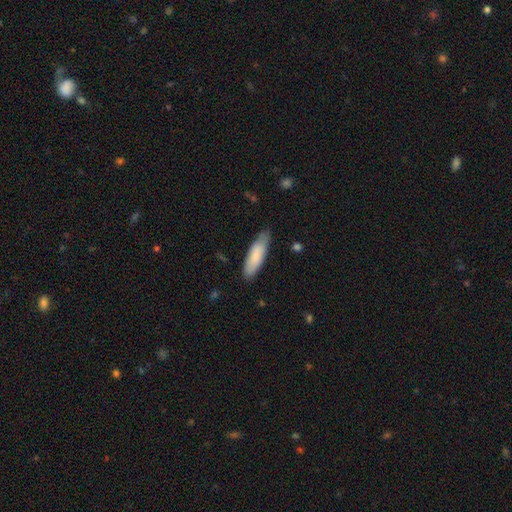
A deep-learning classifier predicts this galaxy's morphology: Smooth or featured? Predicted: smooth (p=0.81). How rounded? Predicted: cigar-shaped (p=0.50). Merging? Predicted: none (p=0.80).